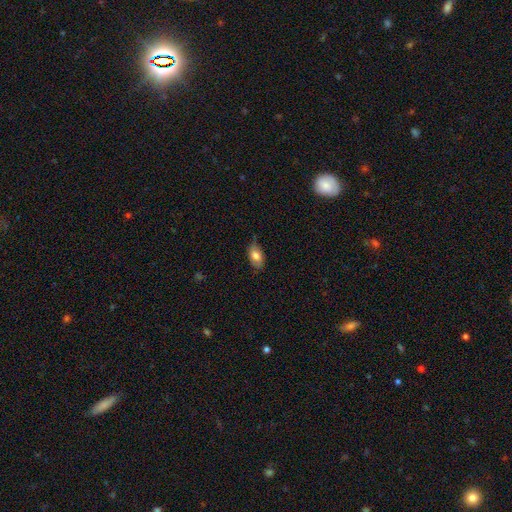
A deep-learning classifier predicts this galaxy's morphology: smooth 77%, featured or disk 16%, star or artifact 7%. Down the decision tree: how rounded — in between (91%); merging — none (71%).